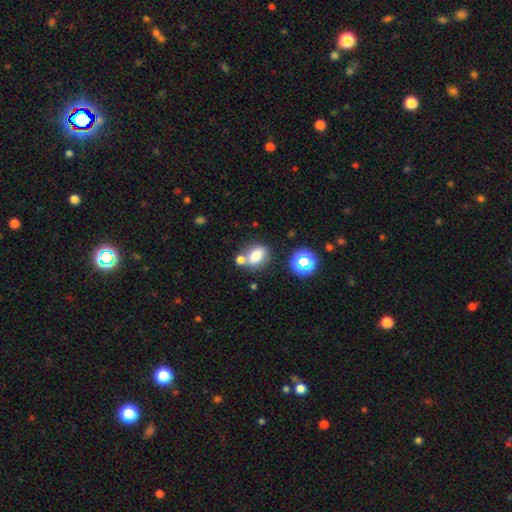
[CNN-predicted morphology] smooth_or_featured: smooth (p=0.75) [alt: star or artifact p=0.14]
how_rounded: in between (p=0.68) [alt: round p=0.30]
merging: none (p=0.56) [alt: merger p=0.26]